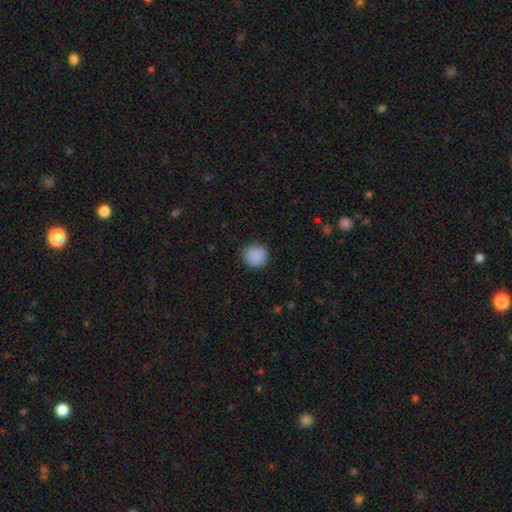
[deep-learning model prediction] Smooth or featured: smooth — 88% (star or artifact — 9%)
How rounded: round — 92% (in between — 7%)
Merging: none — 88% (minor disturbance — 9%)